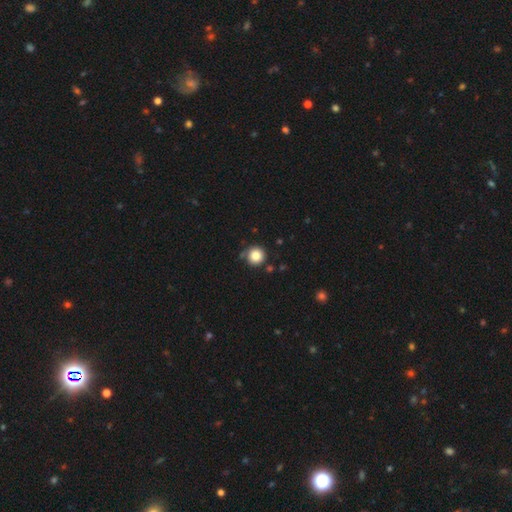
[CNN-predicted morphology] This is clearly a smooth galaxy (84%). How rounded: clearly round (95%). Merging: clearly none (81%).